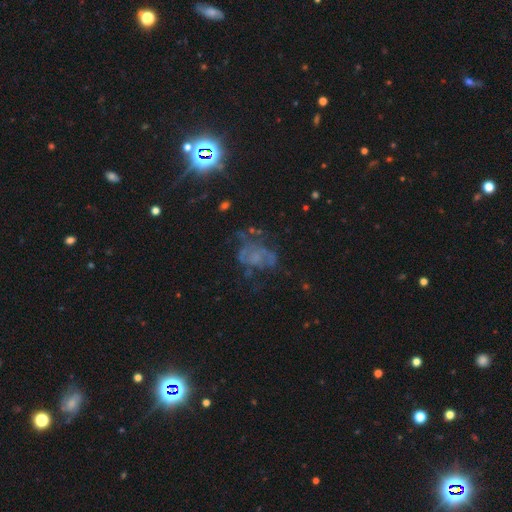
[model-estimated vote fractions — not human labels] A featured or disk galaxy (54%) with no bar (87%), no spiral arms (69%) and no central bulge (68%). Merging: none (41%).